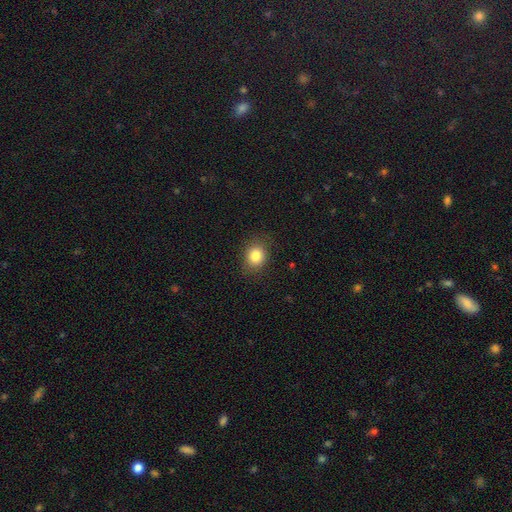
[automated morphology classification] type=smooth (83%); roundness=round (60%); merging=none (84%).